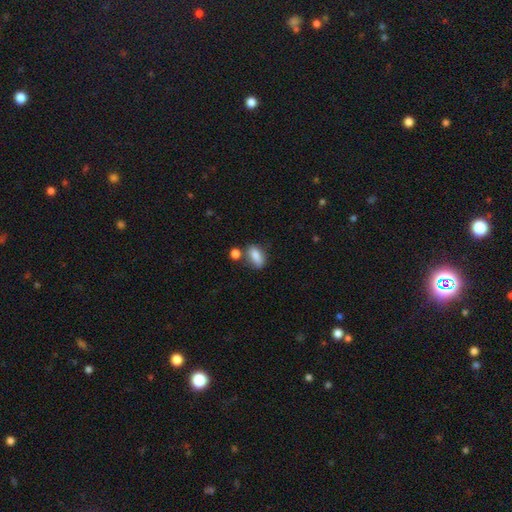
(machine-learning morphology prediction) smooth-or-featured: smooth: 82% | featured or disk: 9% | star or artifact: 8%
  how-rounded: in between: 80% | cigar-shaped: 11% | round: 9%
  merging: none: 59% | minor disturbance: 18% | merger: 16% | major disturbance: 6%